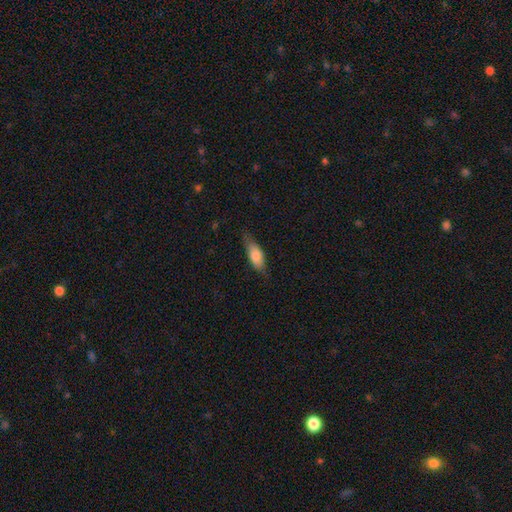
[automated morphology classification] Smooth or featured? Predicted: smooth (p=0.73). How rounded? Predicted: in between (p=0.69). Merging? Predicted: none (p=0.71).